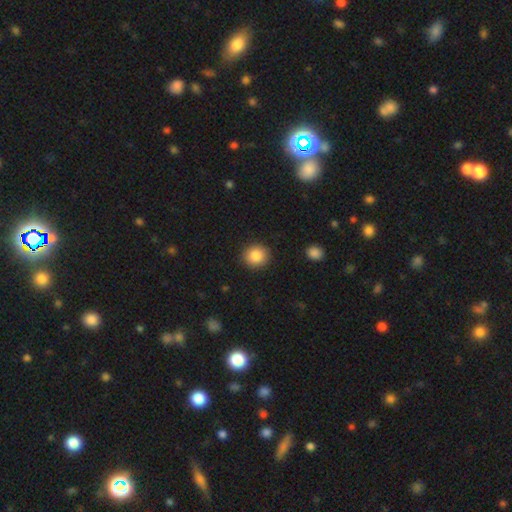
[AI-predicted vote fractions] The model was most divided on "smooth or featured": smooth: 85%, star or artifact: 9%, featured or disk: 6%. More confident: merging — none (90%); how rounded — round (88%).